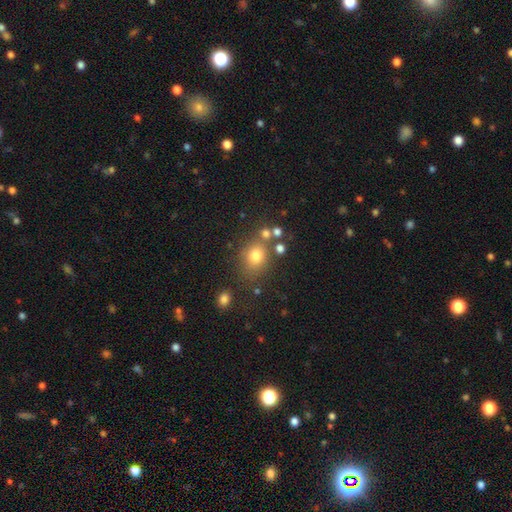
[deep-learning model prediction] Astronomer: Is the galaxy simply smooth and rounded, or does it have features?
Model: smooth — 75%.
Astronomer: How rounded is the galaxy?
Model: round — 63%.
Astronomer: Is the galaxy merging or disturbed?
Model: none — 68%.